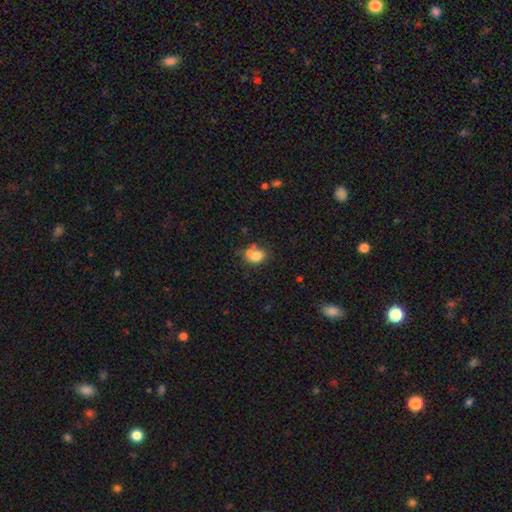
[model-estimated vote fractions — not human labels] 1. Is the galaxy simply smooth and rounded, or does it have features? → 75% smooth, 14% featured or disk, 11% star or artifact.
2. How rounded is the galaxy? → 52% in between, 47% round, 1% cigar-shaped.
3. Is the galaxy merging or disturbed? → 42% none, 25% merger, 22% minor disturbance, 11% major disturbance.